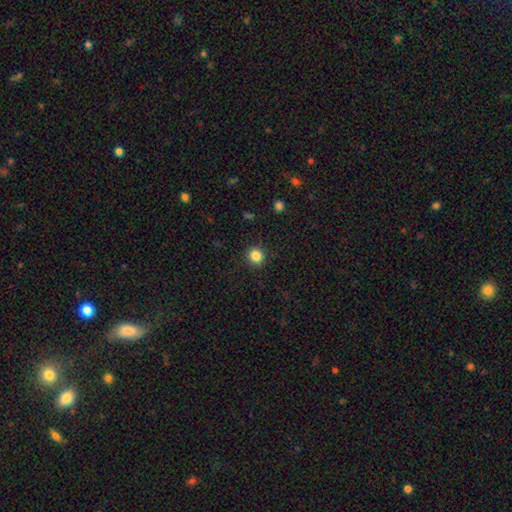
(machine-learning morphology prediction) A smooth galaxy with no disk features (85%) that is round (91%). Merging: none (91%).